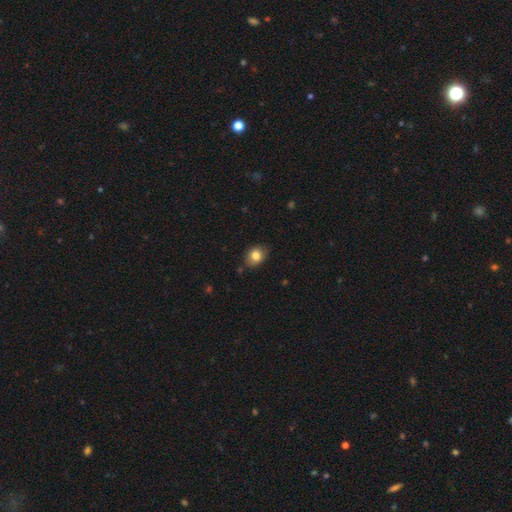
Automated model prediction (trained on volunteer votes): smooth-or-featured: smooth: 82% | star or artifact: 9% | featured or disk: 8%
  how-rounded: in between: 55% | round: 44% | cigar-shaped: 1%
  merging: none: 80% | minor disturbance: 15% | major disturbance: 3% | merger: 2%